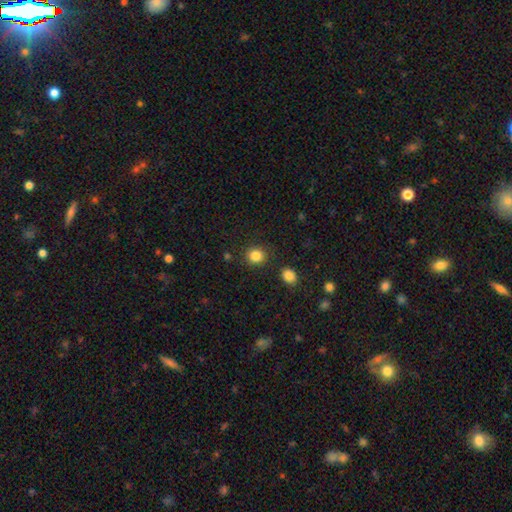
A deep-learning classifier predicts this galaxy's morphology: A smooth galaxy with no disk features (85%) that is round (82%). Merging: none (87%).